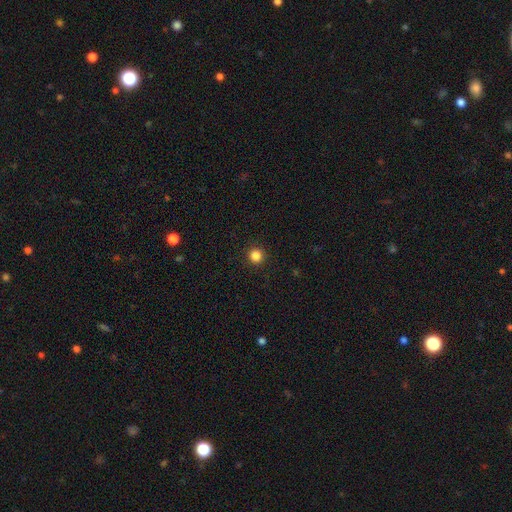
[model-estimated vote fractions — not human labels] Smooth or featured: smooth — 85% (star or artifact — 12%)
How rounded: round — 95% (in between — 4%)
Merging: none — 93% (minor disturbance — 5%)